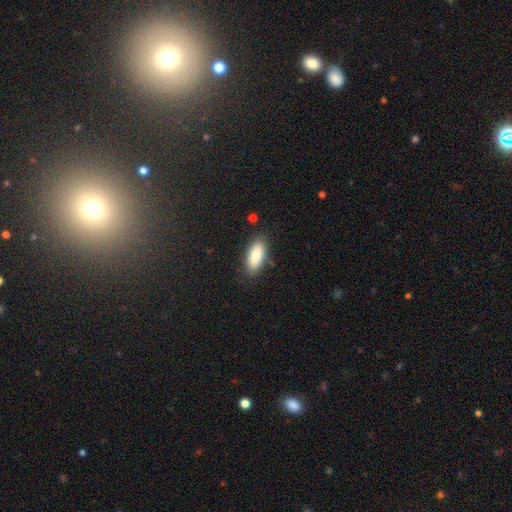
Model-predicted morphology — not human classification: Smooth or featured?
  - smooth: 87% *
  - star or artifact: 6%
  - featured or disk: 6%
How rounded?
  - in between: 86% *
  - cigar-shaped: 12%
  - round: 2%
Merging?
  - none: 84% *
  - minor disturbance: 11%
  - major disturbance: 3%
  - merger: 2%